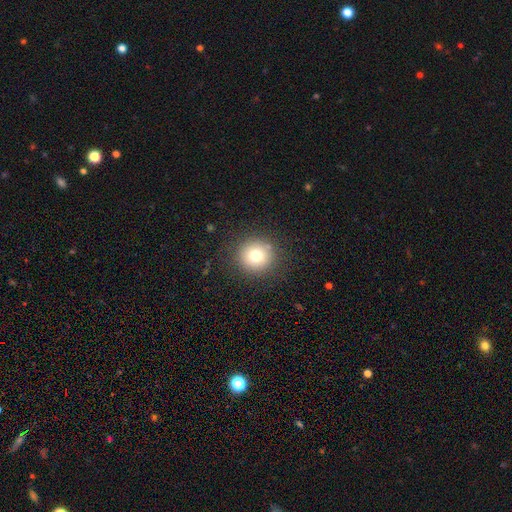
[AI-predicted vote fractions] Smooth or featured?
  - smooth: 75% *
  - star or artifact: 14%
  - featured or disk: 11%
How rounded?
  - round: 94% *
  - in between: 5%
  - cigar-shaped: 1%
Merging?
  - none: 88% *
  - minor disturbance: 8%
  - major disturbance: 3%
  - merger: 2%